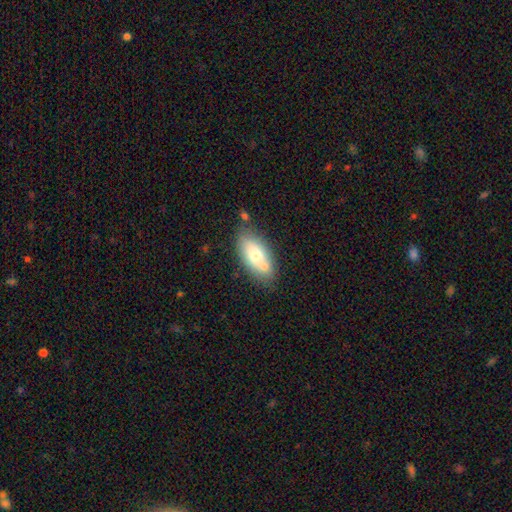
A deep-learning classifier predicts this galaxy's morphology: type=smooth (68%); roundness=in between (89%); merging=none (62%).